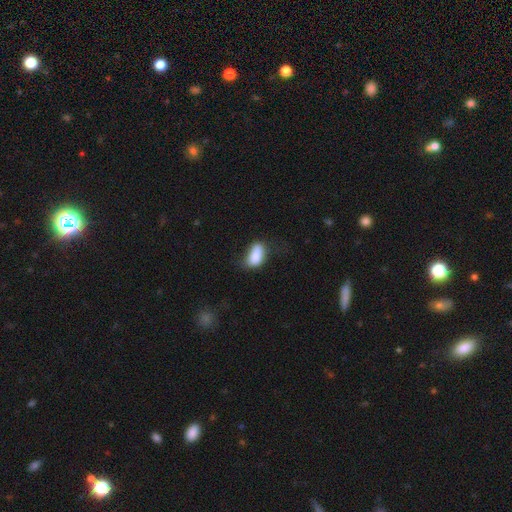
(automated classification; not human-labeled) The model was most divided on "merging": none: 41%, minor disturbance: 37%, major disturbance: 18%, merger: 5%. More confident: how rounded — in between (90%); smooth or featured — smooth (82%).